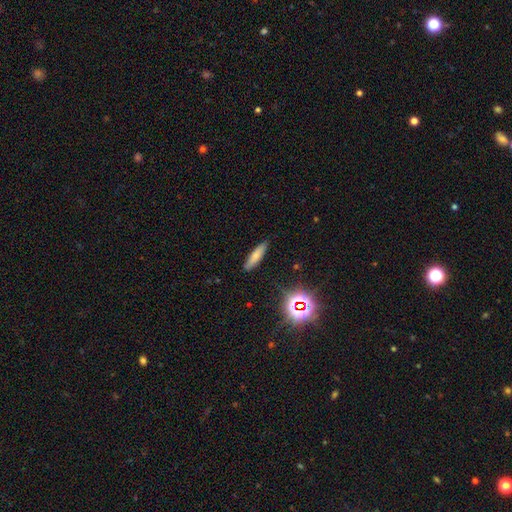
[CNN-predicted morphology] Smooth or featured? smooth (70%)
How rounded? cigar-shaped (72%)
Merging? none (86%)